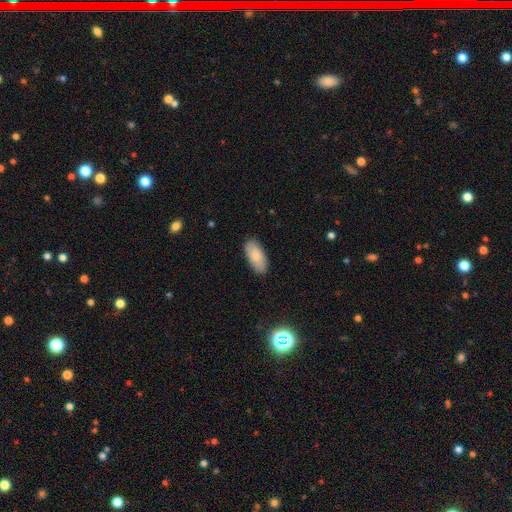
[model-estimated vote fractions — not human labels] Smooth or featured? Predicted: smooth (p=0.84). How rounded? Predicted: in between (p=0.91). Merging? Predicted: none (p=0.87).